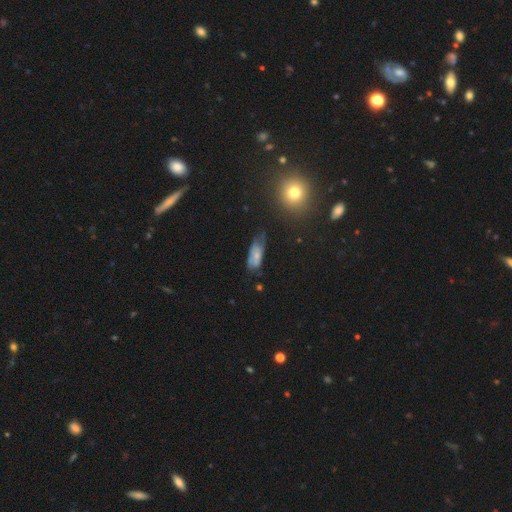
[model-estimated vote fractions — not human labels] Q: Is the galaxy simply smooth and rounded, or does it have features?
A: smooth — 53%.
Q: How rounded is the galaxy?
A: in between — 76%.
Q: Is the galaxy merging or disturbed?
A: none — 42%.